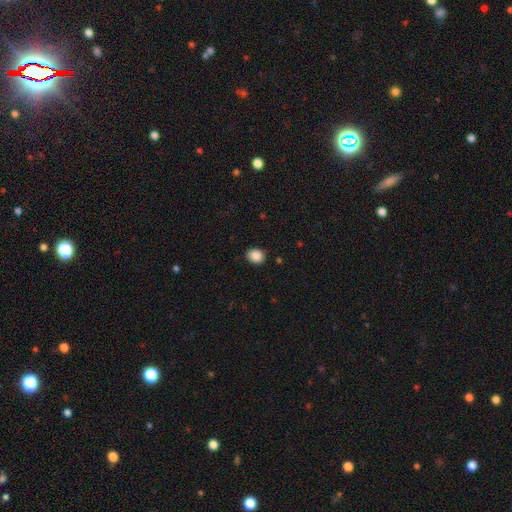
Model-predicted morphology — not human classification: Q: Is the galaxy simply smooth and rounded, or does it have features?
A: smooth — 88%.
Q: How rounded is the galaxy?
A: round — 60%.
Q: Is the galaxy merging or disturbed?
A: none — 89%.